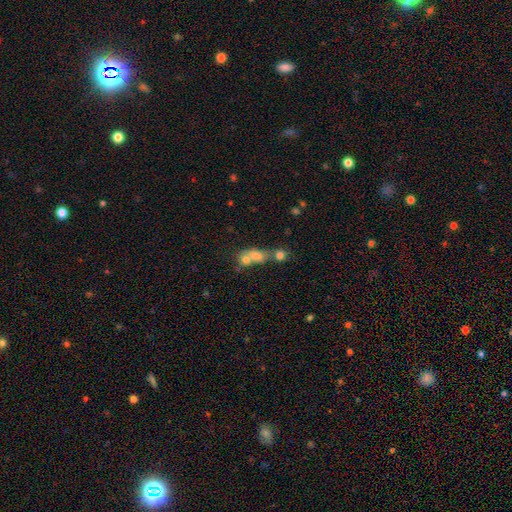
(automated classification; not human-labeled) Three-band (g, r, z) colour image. It shows a smooth galaxy with no disk features (67%) that is in between round and cigar-shaped (50%). Merging: merger (65%).